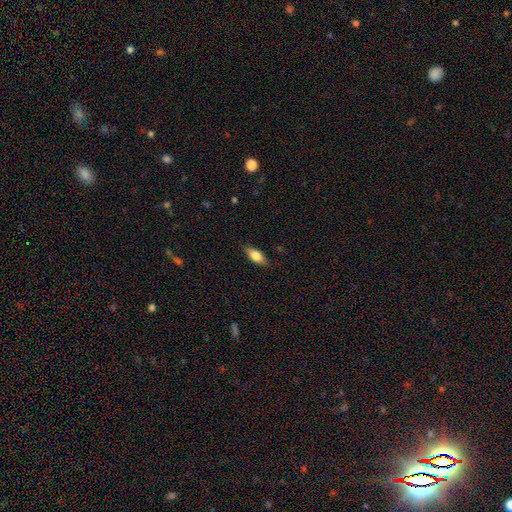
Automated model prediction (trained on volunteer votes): A smooth galaxy with no disk features (76%) that is in between round and cigar-shaped (78%).

Vote fractions:
- Smooth or featured? smooth: 76% / featured or disk: 18% / star or artifact: 7%
- How rounded? in between: 78% / cigar-shaped: 19% / round: 3%
- Merging? none: 84% / minor disturbance: 13% / major disturbance: 3% / merger: 1%